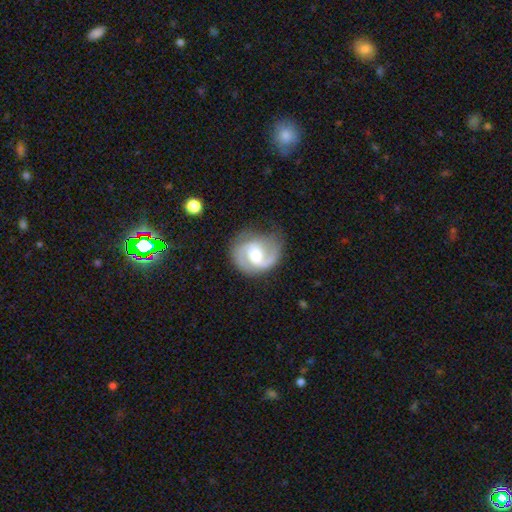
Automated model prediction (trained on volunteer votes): The model was most divided on "bar": weak: 52%, no: 31%, strong: 18%. More confident: edge-on disk — no (98%); spiral arms — yes (95%); smooth or featured — featured or disk (83%); spiral arm count — 2 (81%); merging — none (68%); bulge size — moderate (66%); spiral winding — medium (51%).